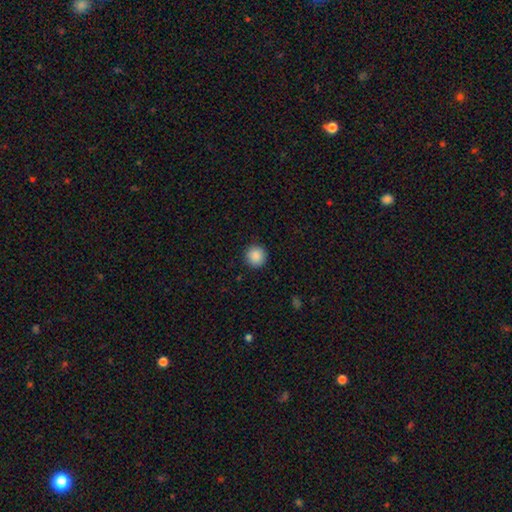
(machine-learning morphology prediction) A smooth galaxy with no disk features (88%) that is round (95%).

Vote fractions:
- Smooth or featured? smooth: 88% / star or artifact: 9% / featured or disk: 3%
- How rounded? round: 95% / in between: 4% / cigar-shaped: 1%
- Merging? none: 92% / minor disturbance: 5% / major disturbance: 2% / merger: 1%